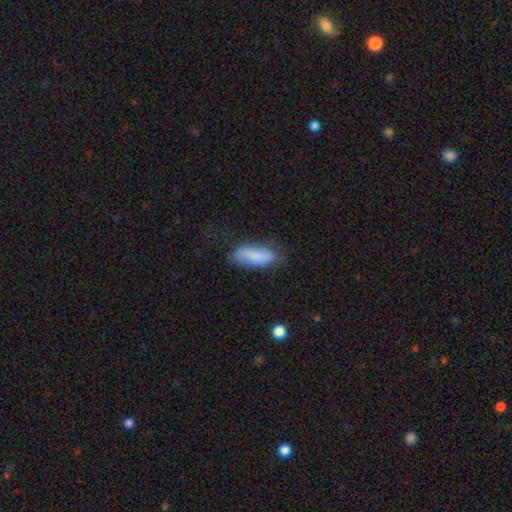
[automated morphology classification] type=smooth (74%); roundness=in between (68%); merging=none (64%).